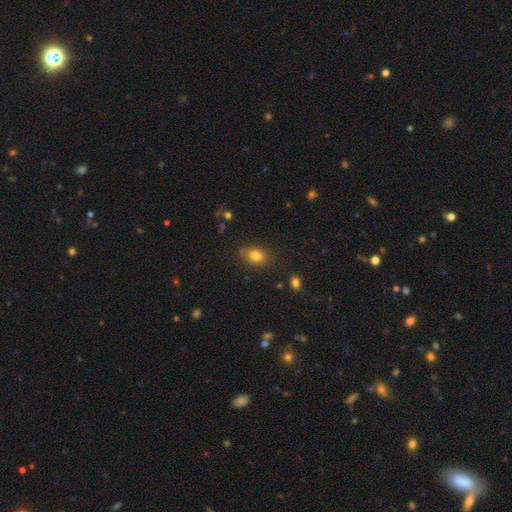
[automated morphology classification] Q: Smooth or featured?
A: smooth (81%); runner-up: star or artifact (12%)
Q: How rounded?
A: in between (57%); runner-up: round (42%)
Q: Merging?
A: none (76%); runner-up: minor disturbance (15%)